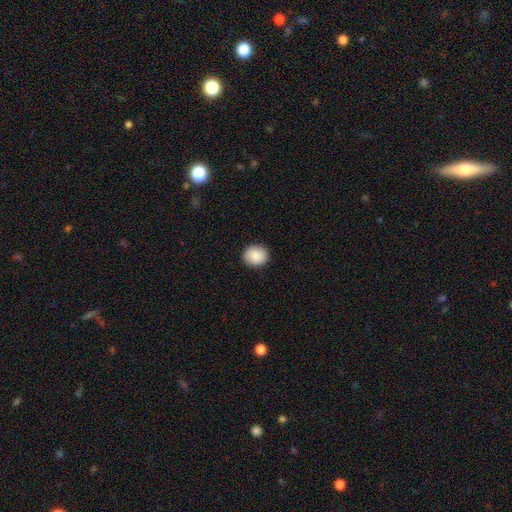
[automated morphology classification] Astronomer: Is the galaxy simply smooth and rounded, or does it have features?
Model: smooth — 87%.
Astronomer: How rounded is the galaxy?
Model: round — 77%.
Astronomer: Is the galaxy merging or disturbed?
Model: none — 91%.